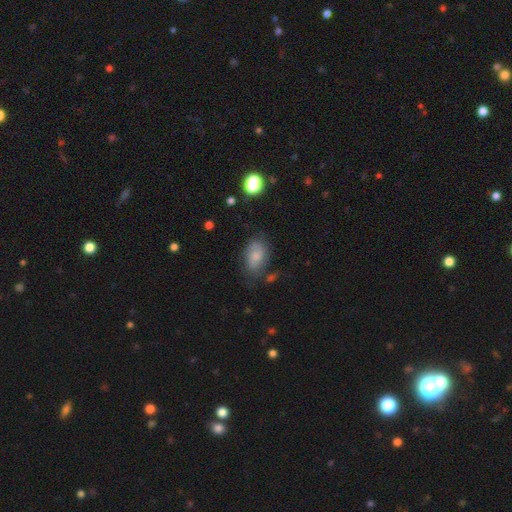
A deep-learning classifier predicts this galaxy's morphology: smooth-or-featured: smooth: 51% | featured or disk: 39% | star or artifact: 11%
  how-rounded: in between: 85% | round: 13% | cigar-shaped: 2%
  merging: none: 60% | minor disturbance: 26% | major disturbance: 10% | merger: 4%